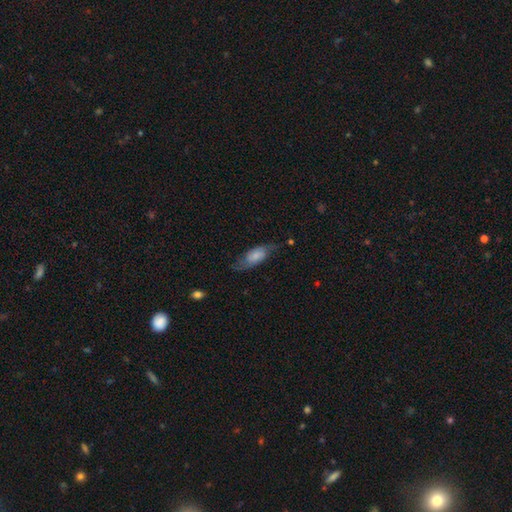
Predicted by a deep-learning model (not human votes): Overall: featured or disk (49%; smooth 44%). Merging: none (61%; minor disturbance 24%).